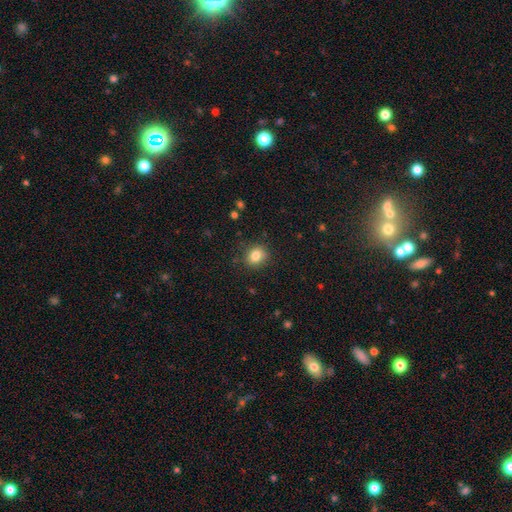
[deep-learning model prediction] This appears to be a smooth galaxy with no disk features (83%) that is round (67%). Merging: none (84%).